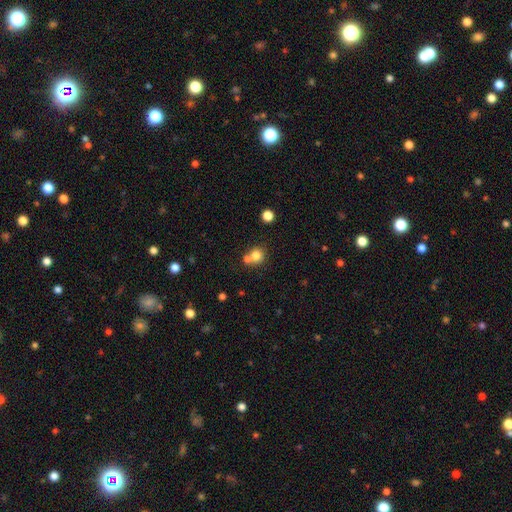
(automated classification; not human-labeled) smooth_or_featured: smooth (p=0.79) [alt: star or artifact p=0.12]
how_rounded: round (p=0.87) [alt: in between p=0.12]
merging: none (p=0.53) [alt: merger p=0.37]